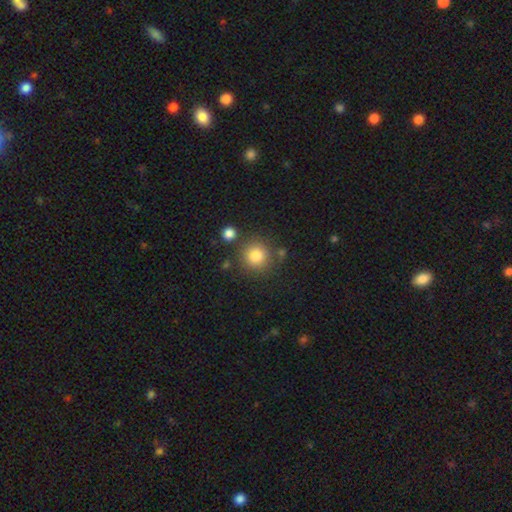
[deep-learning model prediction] A smooth galaxy with no disk features (82%) that is round (92%).

Vote fractions:
- Smooth or featured? smooth: 82% / star or artifact: 11% / featured or disk: 7%
- How rounded? round: 92% / in between: 7% / cigar-shaped: 1%
- Merging? none: 78% / minor disturbance: 10% / merger: 8% / major disturbance: 4%